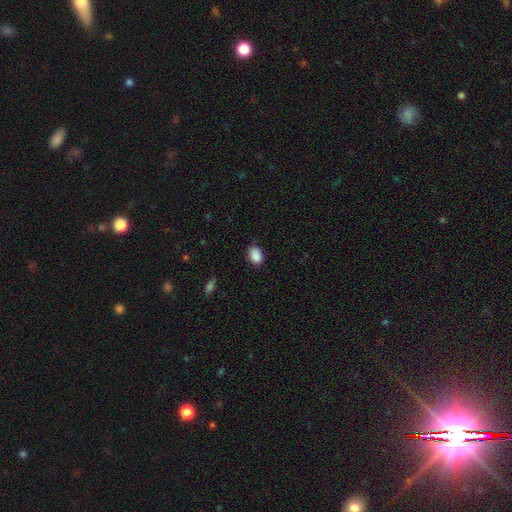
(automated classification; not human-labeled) Smooth or featured? smooth (89%)
How rounded? in between (82%)
Merging? none (81%)